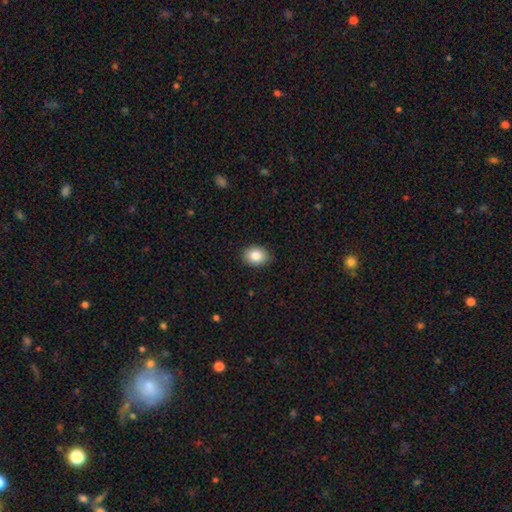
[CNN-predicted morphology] Smooth or featured? Predicted: smooth (p=0.86). How rounded? Predicted: in between (p=0.58). Merging? Predicted: none (p=0.87).